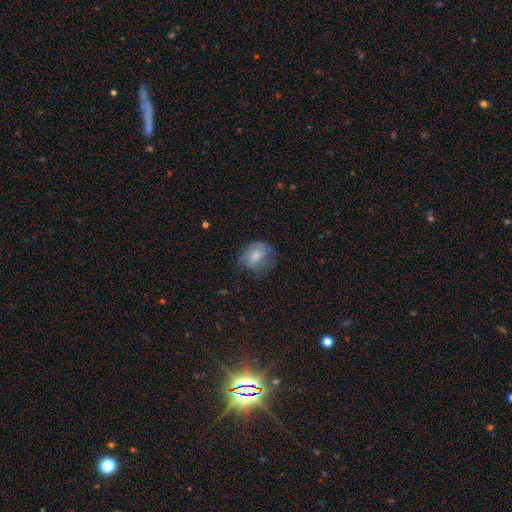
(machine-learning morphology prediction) Overall: smooth (53%; featured or disk 40%). How rounded: round (62%; in between 37%). Merging: none (59%; minor disturbance 27%).